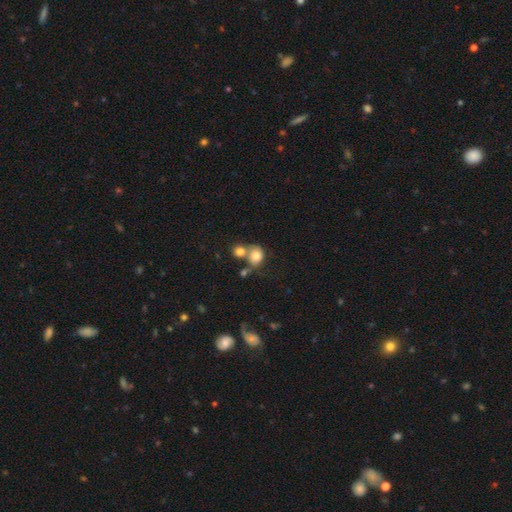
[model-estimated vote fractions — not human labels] A smooth galaxy with no disk features (80%) that is round (63%).

Vote fractions:
- Smooth or featured? smooth: 80% / featured or disk: 10% / star or artifact: 10%
- How rounded? round: 63% / in between: 36% / cigar-shaped: 1%
- Merging? merger: 46% / none: 35% / minor disturbance: 12% / major disturbance: 7%